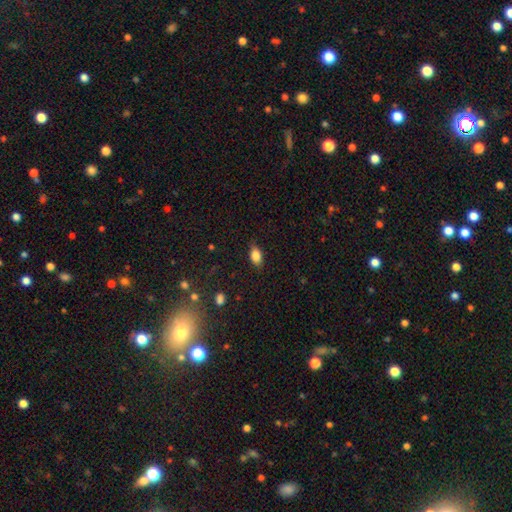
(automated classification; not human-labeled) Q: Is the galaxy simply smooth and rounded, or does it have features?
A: smooth — 84%.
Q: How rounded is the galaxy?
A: in between — 87%.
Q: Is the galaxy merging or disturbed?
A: none — 82%.